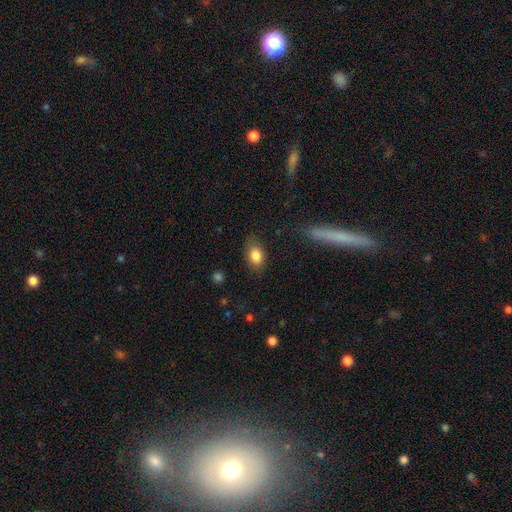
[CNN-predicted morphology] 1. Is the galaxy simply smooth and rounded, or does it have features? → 84% smooth, 8% featured or disk, 8% star or artifact.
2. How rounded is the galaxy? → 86% in between, 13% round, 2% cigar-shaped.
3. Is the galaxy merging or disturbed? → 78% none, 16% minor disturbance, 5% major disturbance, 2% merger.